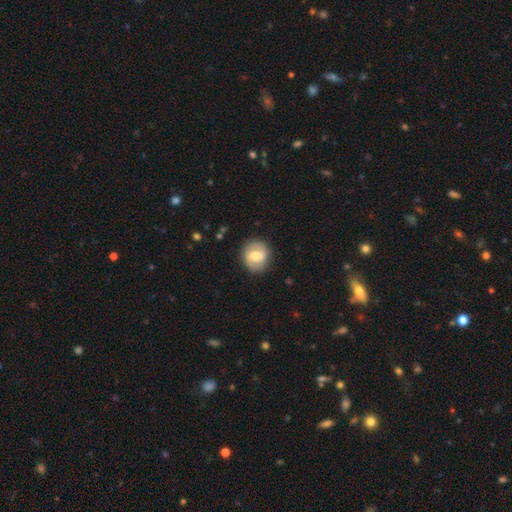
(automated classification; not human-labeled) A featured or disk galaxy (49%).

Vote fractions:
- Smooth or featured? featured or disk: 49% / smooth: 45% / star or artifact: 6%
- Merging? none: 86% / minor disturbance: 10% / major disturbance: 3% / merger: 1%